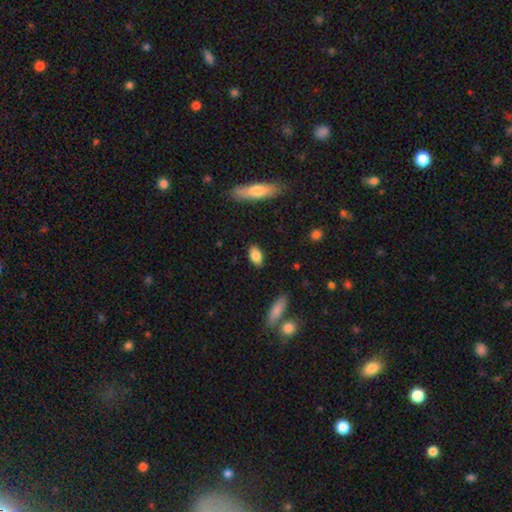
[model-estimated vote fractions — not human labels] Smooth or featured?
  - smooth: 82% *
  - featured or disk: 10%
  - star or artifact: 7%
How rounded?
  - in between: 89% *
  - cigar-shaped: 6%
  - round: 6%
Merging?
  - none: 86% *
  - minor disturbance: 10%
  - major disturbance: 2%
  - merger: 2%